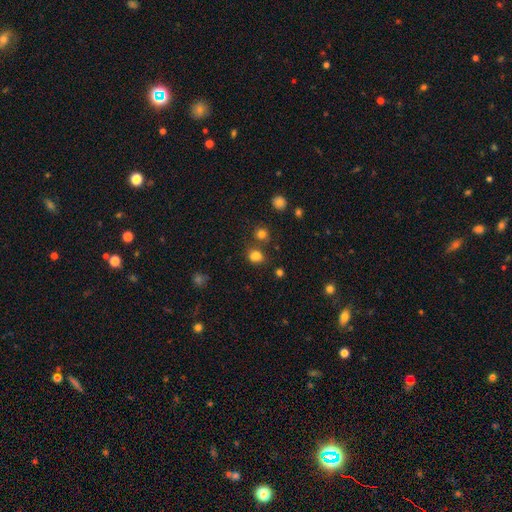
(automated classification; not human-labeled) A smooth galaxy with no disk features (76%) that is round (60%).

Vote fractions:
- Smooth or featured? smooth: 76% / star or artifact: 17% / featured or disk: 7%
- How rounded? round: 60% / in between: 39% / cigar-shaped: 1%
- Merging? none: 59% / merger: 24% / minor disturbance: 13% / major disturbance: 5%